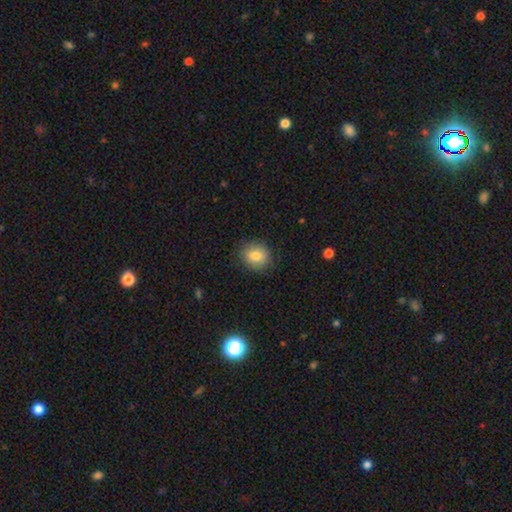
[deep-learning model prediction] smooth_or_featured: smooth (p=0.82) [alt: star or artifact p=0.09]
how_rounded: round (p=0.75) [alt: in between p=0.24]
merging: none (p=0.86) [alt: minor disturbance p=0.10]